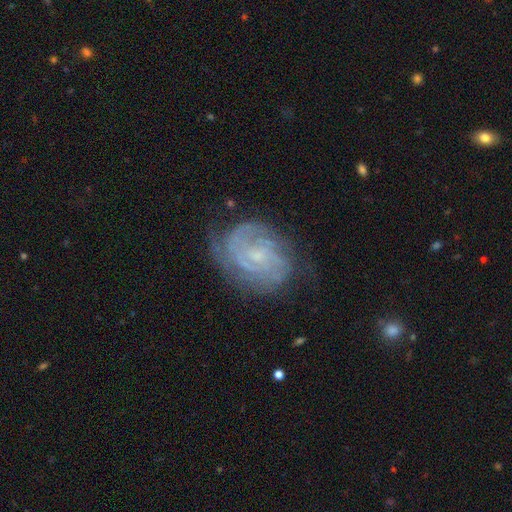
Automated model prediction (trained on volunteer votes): Smooth or featured? featured or disk (82%)
Edge-on disk? no (97%)
Bar? no (56%)
Spiral arms? yes (94%)
Spiral winding? tight (64%)
Spiral arm count? can't tell (36%)
Bulge size? small (72%)
Merging? none (68%)